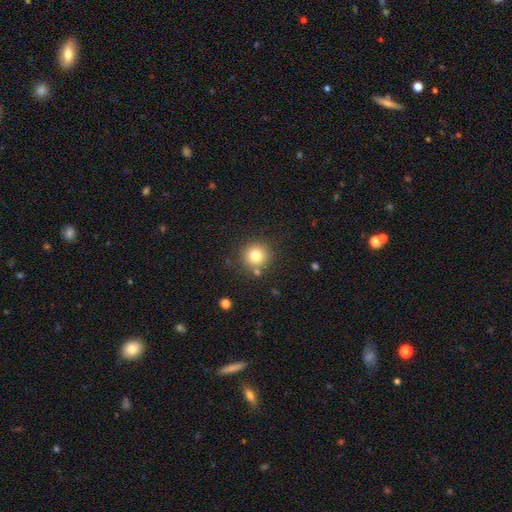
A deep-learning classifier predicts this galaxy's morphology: type=smooth (79%); roundness=round (93%); merging=none (82%).